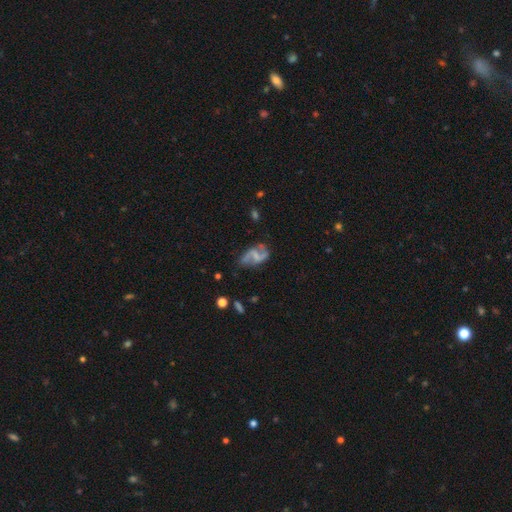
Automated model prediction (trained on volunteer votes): Overall: featured or disk (79%). Edge-on disk: no (97%). Bar: weak (48%; no 29%). Spiral arms: yes (90%). Spiral arm count: 2 (89%). Spiral winding: loose (58%; medium 33%). Bulge size: none (49%; small 34%). Merging: none (62%; minor disturbance 23%).